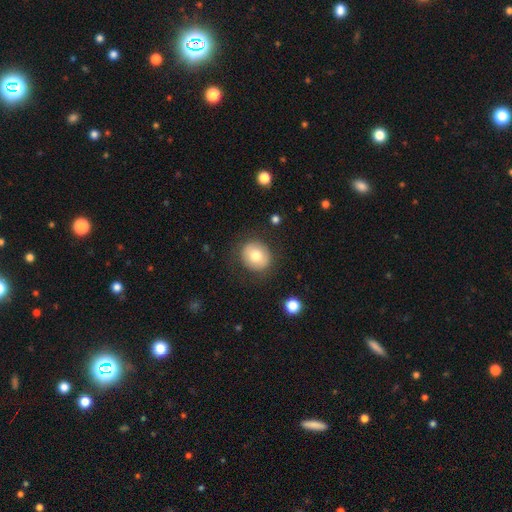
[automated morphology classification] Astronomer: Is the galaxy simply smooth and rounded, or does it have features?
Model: smooth — 73%.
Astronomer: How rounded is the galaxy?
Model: round — 80%.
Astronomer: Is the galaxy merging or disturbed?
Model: none — 84%.